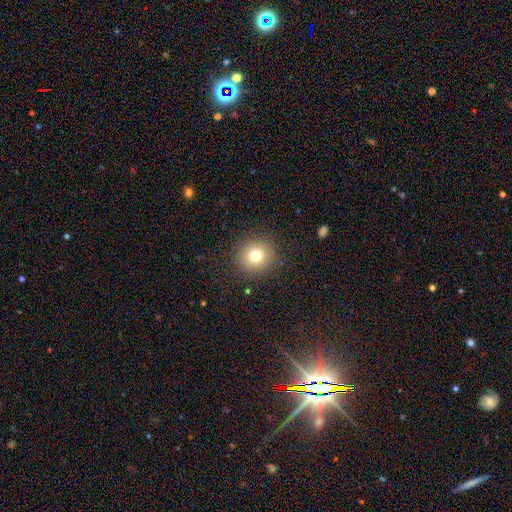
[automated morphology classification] type=smooth (77%); roundness=round (89%); merging=none (90%).